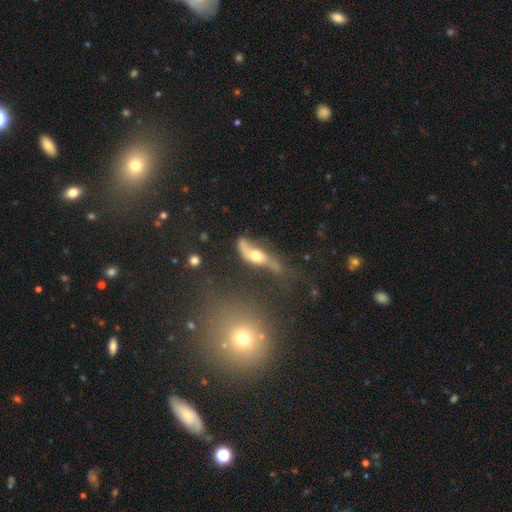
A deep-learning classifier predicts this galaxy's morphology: featured or disk 70%, smooth 22%, star or artifact 8%. Down the decision tree: edge-on disk — no (77%); bar — no (66%); spiral arms — yes (80%); bulge size — moderate (62%); merging — none (40%).